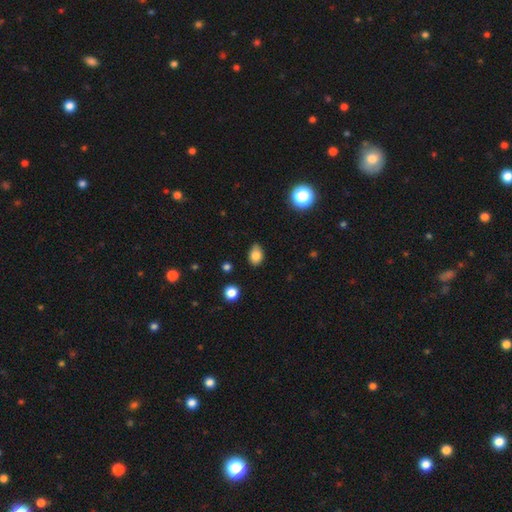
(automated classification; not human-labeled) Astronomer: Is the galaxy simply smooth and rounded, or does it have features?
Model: smooth — 82%.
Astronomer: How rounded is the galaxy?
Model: in between — 78%.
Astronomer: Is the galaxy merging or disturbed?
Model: none — 74%.